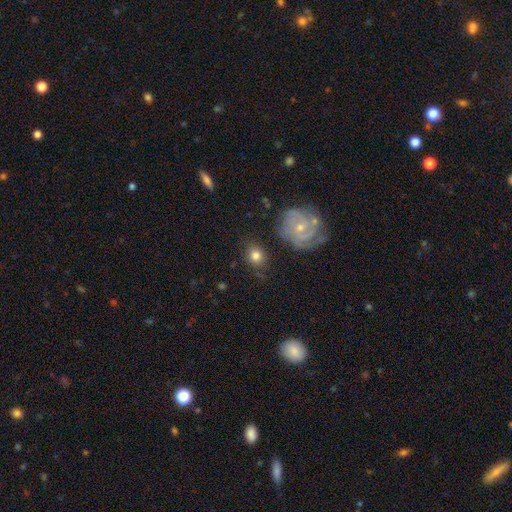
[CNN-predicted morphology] Smooth or featured? Predicted: smooth (p=0.74). How rounded? Predicted: round (p=0.71). Merging? Predicted: none (p=0.77).